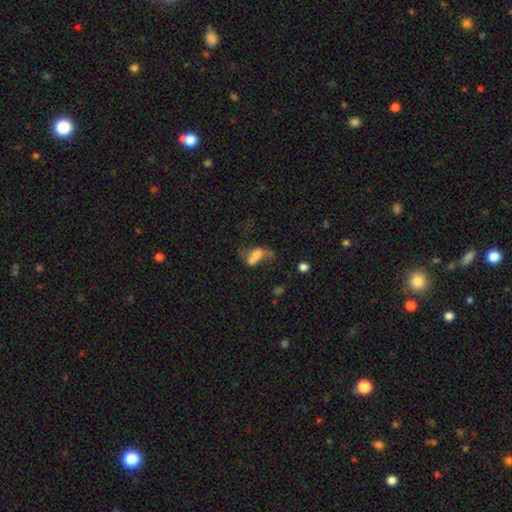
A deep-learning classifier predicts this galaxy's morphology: Q: Smooth or featured?
A: smooth (44%); runner-up: featured or disk (43%)
Q: Merging?
A: merger (43%); runner-up: major disturbance (24%)